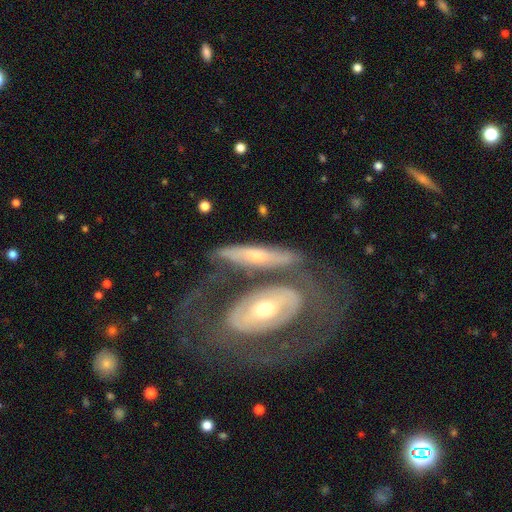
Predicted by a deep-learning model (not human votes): featured or disk 66%, smooth 28%, star or artifact 5%. Down the decision tree: edge-on disk — no (63%); merging — none (47%).